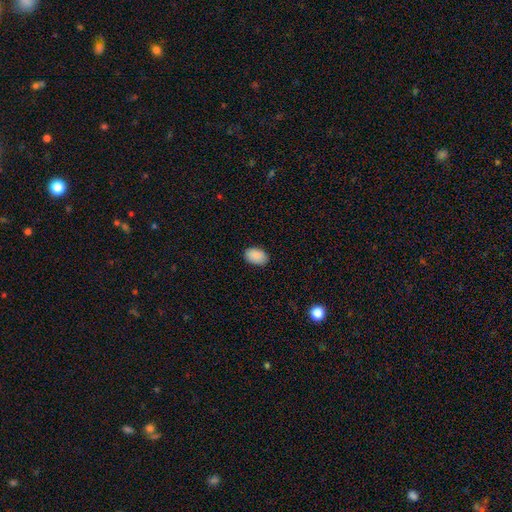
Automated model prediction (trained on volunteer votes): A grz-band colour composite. It shows a smooth galaxy with no disk features (90%) that is in between round and cigar-shaped (90%). Merging: none (88%).